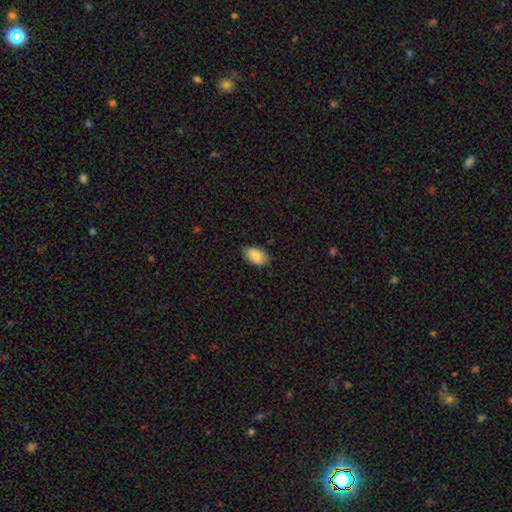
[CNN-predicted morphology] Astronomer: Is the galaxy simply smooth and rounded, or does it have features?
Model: smooth — 84%.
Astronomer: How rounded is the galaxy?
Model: in between — 93%.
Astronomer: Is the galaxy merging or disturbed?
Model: none — 82%.